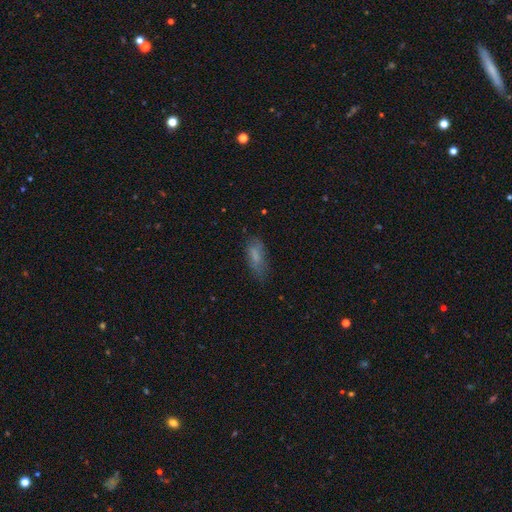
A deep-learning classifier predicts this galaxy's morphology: Smooth or featured? smooth (71%)
How rounded? in between (75%)
Merging? none (59%)